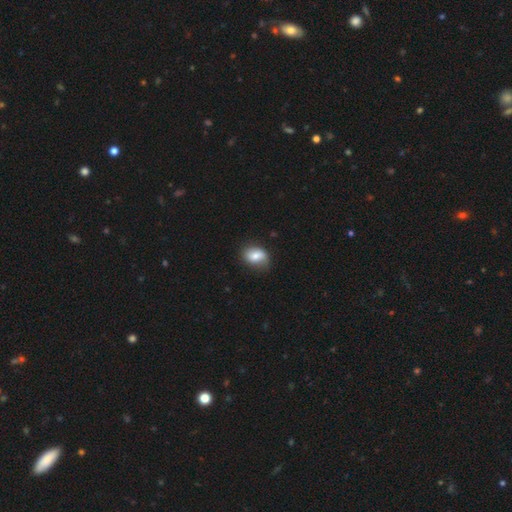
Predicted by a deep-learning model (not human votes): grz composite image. It shows a smooth galaxy with no disk features (76%) that is in between round and cigar-shaped (72%). Merging: none (70%).